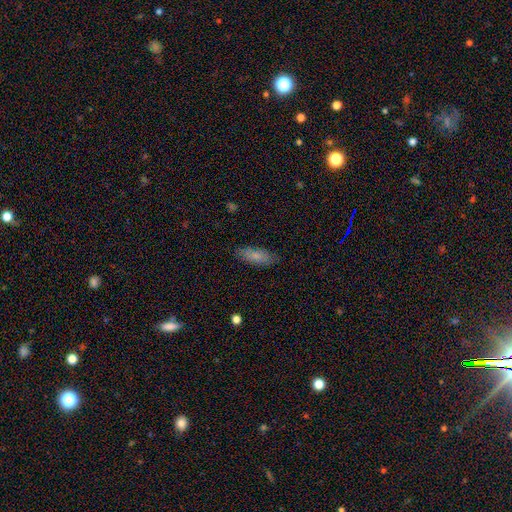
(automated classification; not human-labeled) Smooth or featured? Predicted: smooth (p=0.80). How rounded? Predicted: in between (p=0.68). Merging? Predicted: none (p=0.83).